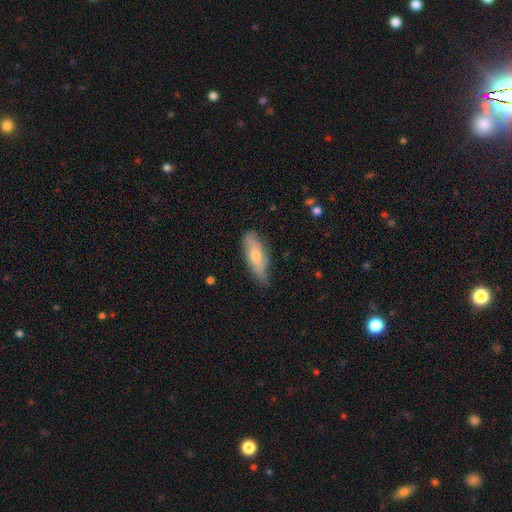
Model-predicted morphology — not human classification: smooth-or-featured: smooth: 53% | featured or disk: 41% | star or artifact: 7%
  how-rounded: in between: 55% | cigar-shaped: 43% | round: 2%
  merging: none: 71% | minor disturbance: 24% | major disturbance: 4% | merger: 2%